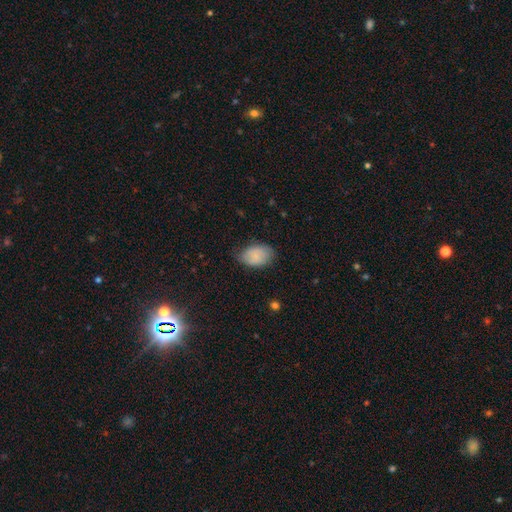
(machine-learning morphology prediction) Smooth or featured?
  - smooth: 80% *
  - featured or disk: 13%
  - star or artifact: 7%
How rounded?
  - in between: 87% *
  - round: 11%
  - cigar-shaped: 1%
Merging?
  - none: 69% *
  - minor disturbance: 25%
  - major disturbance: 5%
  - merger: 1%